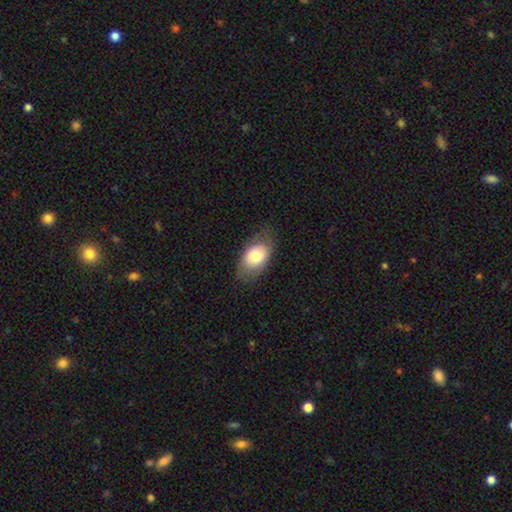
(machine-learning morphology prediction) A smooth galaxy with no disk features (73%) that is in between round and cigar-shaped (88%). Merging: none (75%).